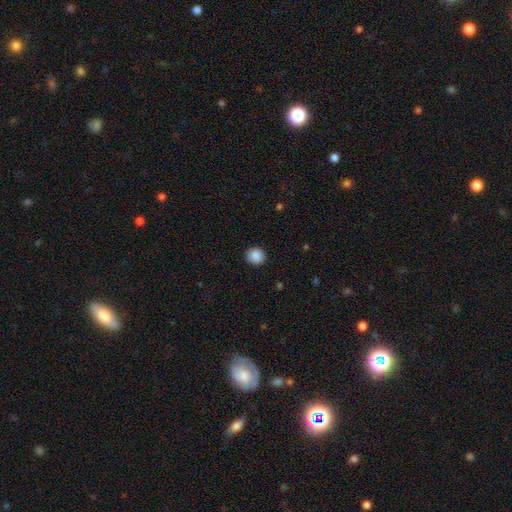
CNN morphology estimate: smooth_or_featured: smooth (p=0.88) [alt: star or artifact p=0.09]
how_rounded: round (p=0.87) [alt: in between p=0.12]
merging: none (p=0.91) [alt: minor disturbance p=0.06]